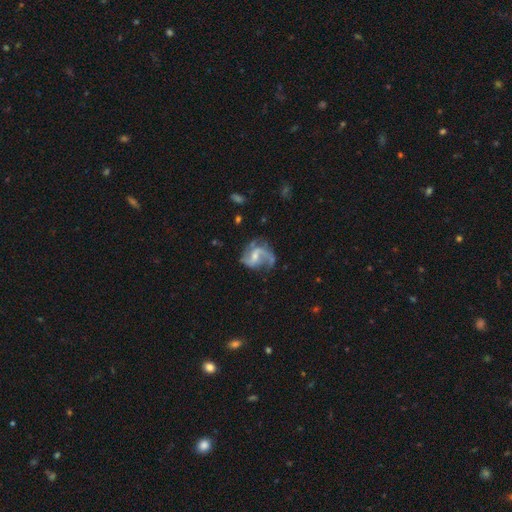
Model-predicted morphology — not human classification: featured or disk 85%, smooth 9%, star or artifact 6%. Down the decision tree: edge-on disk — no (98%); bar — weak (51%); spiral arms — yes (95%); spiral arm count — 2 (73%); spiral winding — loose (48%); bulge size — small (48%); merging — none (55%).